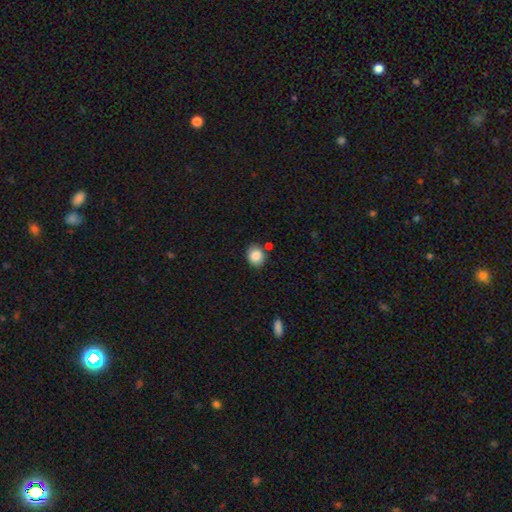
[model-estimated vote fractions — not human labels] A smooth galaxy with no disk features (85%) that is round (68%).

Vote fractions:
- Smooth or featured? smooth: 85% / star or artifact: 9% / featured or disk: 6%
- How rounded? round: 68% / in between: 31% / cigar-shaped: 1%
- Merging? none: 79% / minor disturbance: 11% / merger: 7% / major disturbance: 3%